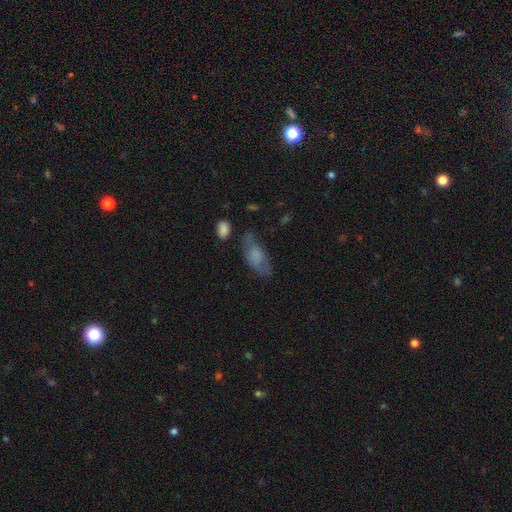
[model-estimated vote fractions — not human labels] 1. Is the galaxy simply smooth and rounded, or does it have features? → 63% smooth, 27% featured or disk, 9% star or artifact.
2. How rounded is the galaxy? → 86% in between, 11% cigar-shaped, 3% round.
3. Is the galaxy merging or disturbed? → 53% none, 26% minor disturbance, 14% major disturbance, 6% merger.